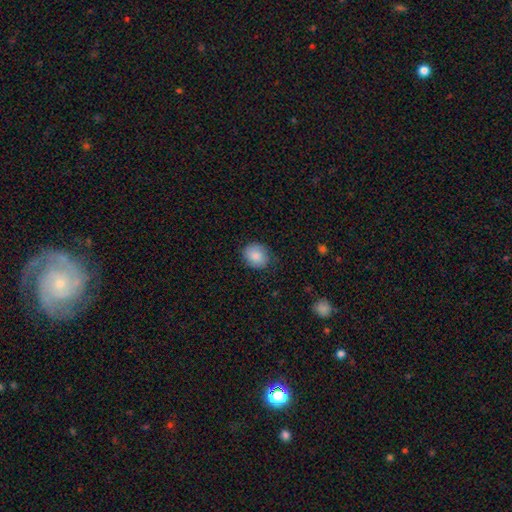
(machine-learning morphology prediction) Overall: smooth (86%). How rounded: round (60%; in between 39%). Merging: none (80%).